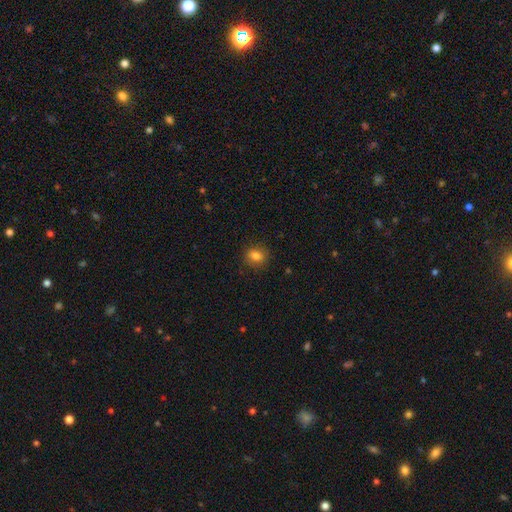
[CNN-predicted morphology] type=smooth (82%); roundness=round (60%); merging=none (86%).